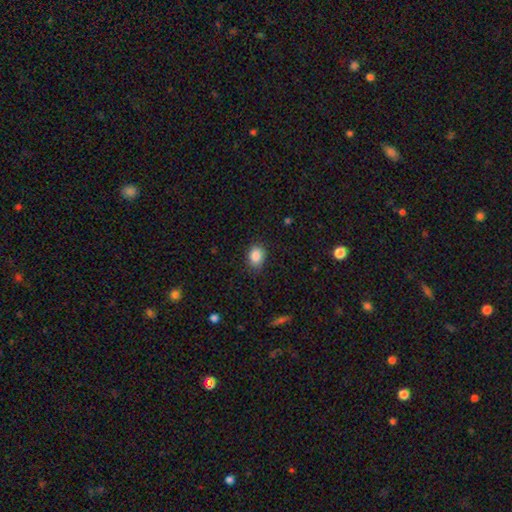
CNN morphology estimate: Smooth or featured? Predicted: smooth (p=0.87). How rounded? Predicted: in between (p=0.62). Merging? Predicted: none (p=0.81).